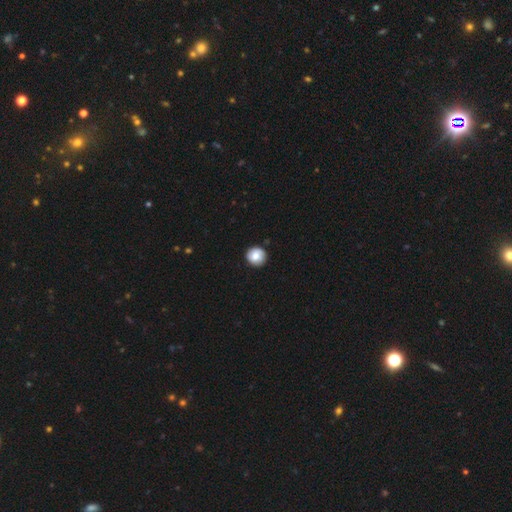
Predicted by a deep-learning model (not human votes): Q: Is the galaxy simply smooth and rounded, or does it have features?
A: smooth — 75%.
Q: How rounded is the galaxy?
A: round — 92%.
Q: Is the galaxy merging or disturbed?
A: none — 86%.